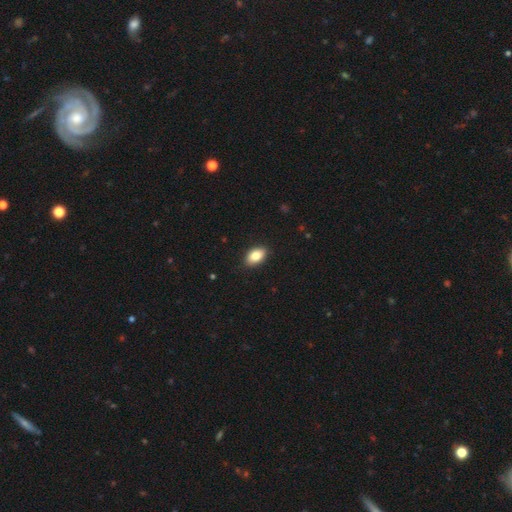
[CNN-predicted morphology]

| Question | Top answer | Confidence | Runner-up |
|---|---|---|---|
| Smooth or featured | smooth | 84% | featured or disk (9%) |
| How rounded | in between | 91% | round (7%) |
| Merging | none | 89% | minor disturbance (8%) |